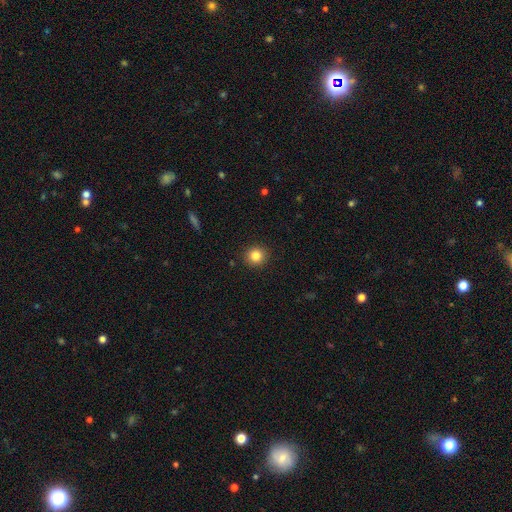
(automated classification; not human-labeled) A smooth galaxy with no disk features (83%) that is round (91%).

Vote fractions:
- Smooth or featured? smooth: 83% / star or artifact: 11% / featured or disk: 6%
- How rounded? round: 91% / in between: 8% / cigar-shaped: 1%
- Merging? none: 91% / minor disturbance: 6% / major disturbance: 2% / merger: 1%